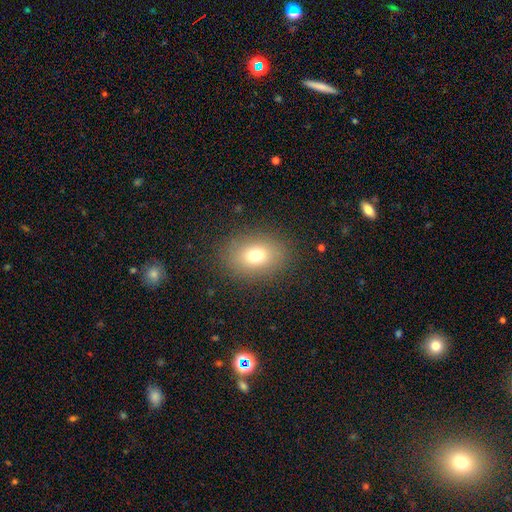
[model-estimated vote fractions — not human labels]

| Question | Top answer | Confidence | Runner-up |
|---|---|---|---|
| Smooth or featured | smooth | 74% | star or artifact (14%) |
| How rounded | in between | 63% | round (35%) |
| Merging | none | 86% | minor disturbance (9%) |